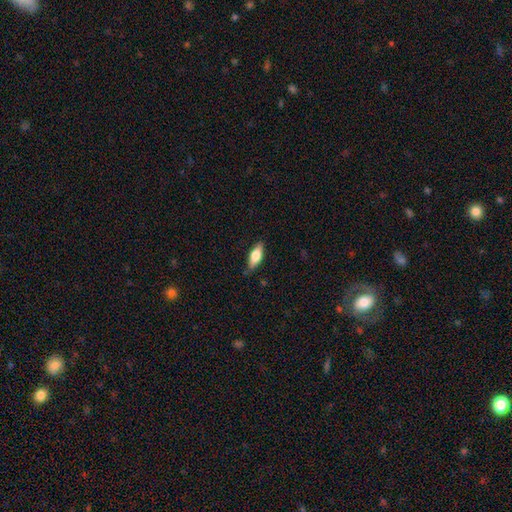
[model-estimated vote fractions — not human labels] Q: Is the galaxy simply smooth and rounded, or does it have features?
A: smooth — 64%.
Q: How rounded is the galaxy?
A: in between — 69%.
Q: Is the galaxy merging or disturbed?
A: none — 80%.